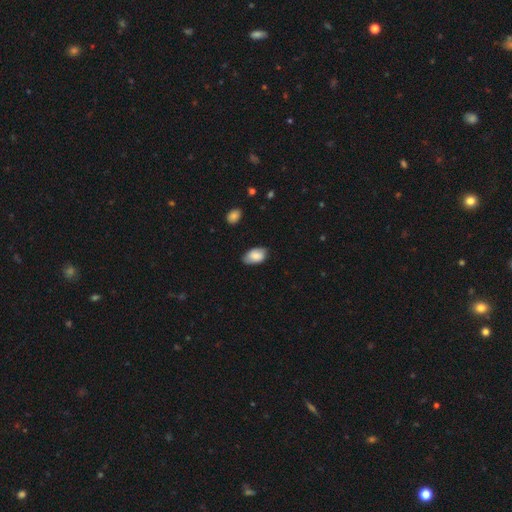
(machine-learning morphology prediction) This is clearly a smooth galaxy (82%). How rounded: clearly in between (93%). Merging: likely none (72%).